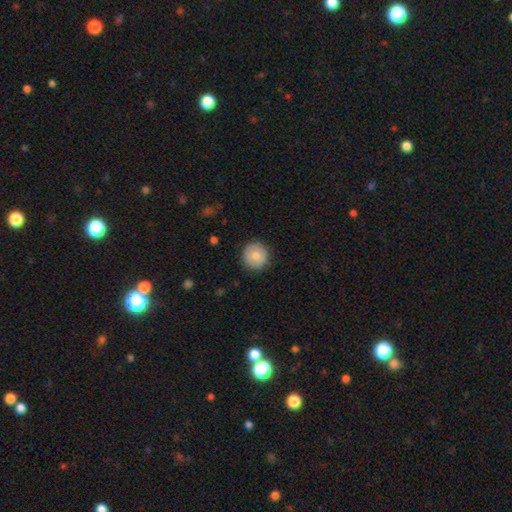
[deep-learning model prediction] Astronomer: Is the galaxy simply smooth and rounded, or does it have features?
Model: smooth — 82%.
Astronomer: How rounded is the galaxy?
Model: round — 94%.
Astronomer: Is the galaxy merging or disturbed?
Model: none — 89%.